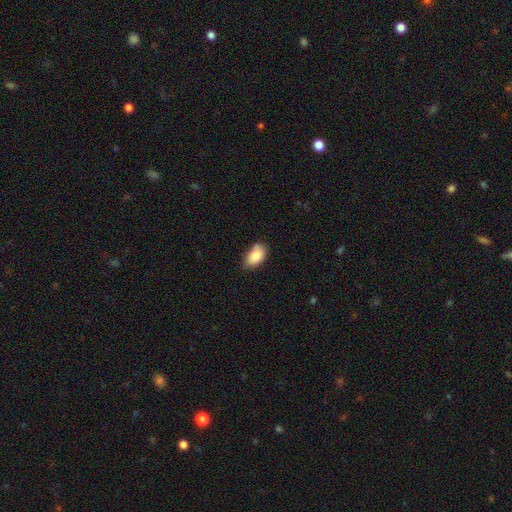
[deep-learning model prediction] Smooth or featured?
  - smooth: 85% *
  - featured or disk: 8%
  - star or artifact: 7%
How rounded?
  - in between: 91% *
  - round: 7%
  - cigar-shaped: 2%
Merging?
  - none: 62% *
  - minor disturbance: 31%
  - major disturbance: 5%
  - merger: 3%